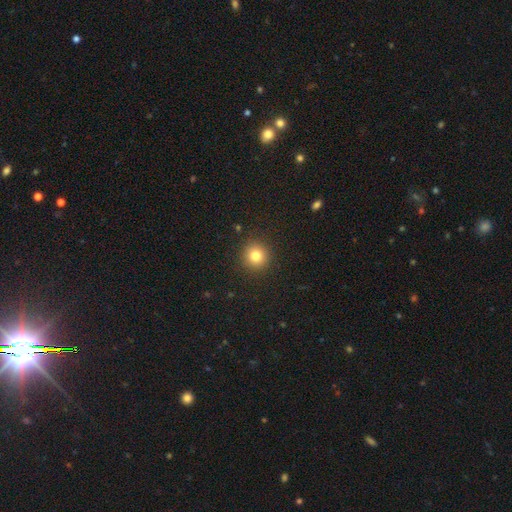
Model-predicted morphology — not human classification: smooth 81%, star or artifact 12%, featured or disk 7%. Down the decision tree: how rounded — round (94%); merging — none (91%).